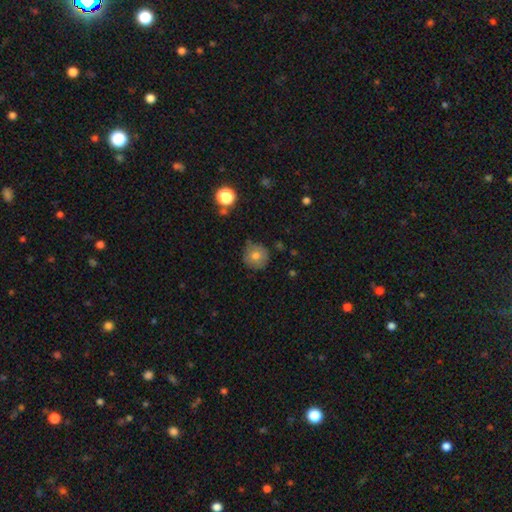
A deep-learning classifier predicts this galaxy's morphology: type=smooth (76%); roundness=round (93%); merging=none (77%).